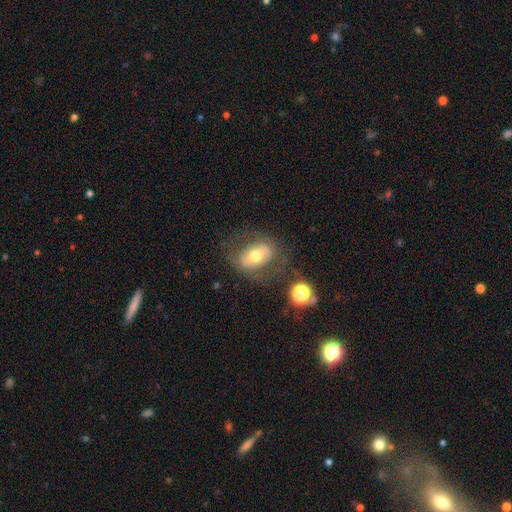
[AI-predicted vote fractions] The model was most divided on "smooth or featured": featured or disk: 46%, smooth: 45%, star or artifact: 9%. More confident: merging — none (66%).